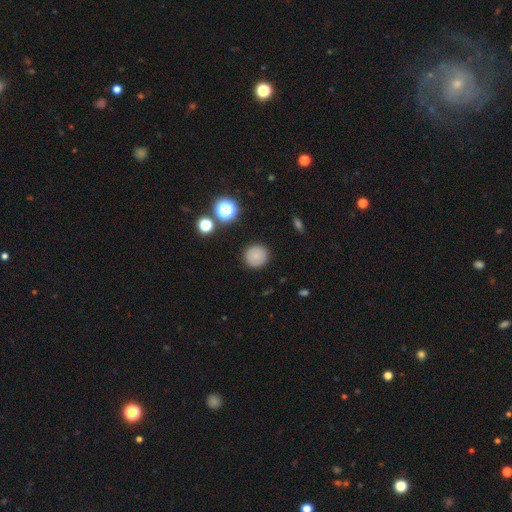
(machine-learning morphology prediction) Smooth or featured? smooth (81%)
How rounded? round (94%)
Merging? none (90%)